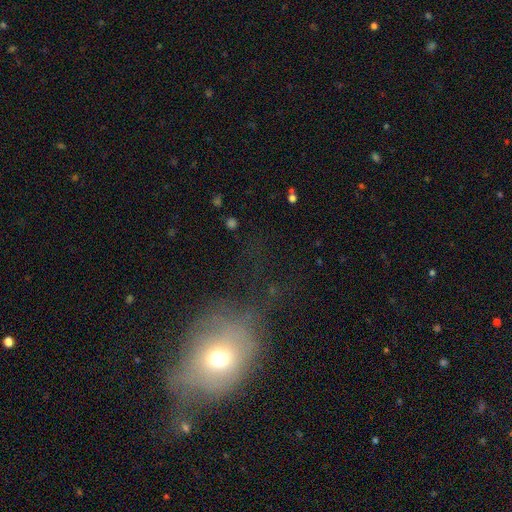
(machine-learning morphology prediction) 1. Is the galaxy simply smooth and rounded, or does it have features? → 47% smooth, 28% star or artifact, 25% featured or disk.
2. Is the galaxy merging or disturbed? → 47% none, 26% major disturbance, 22% minor disturbance, 5% merger.